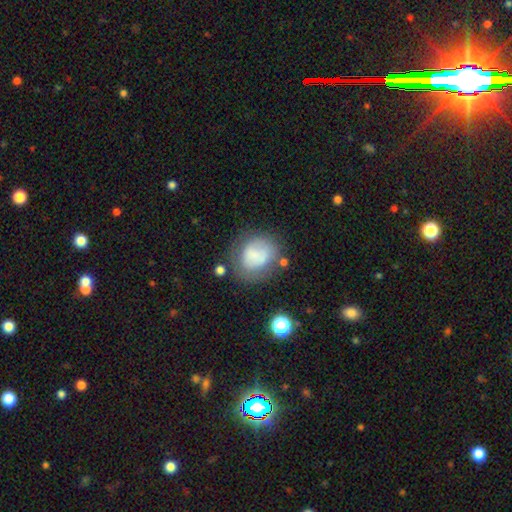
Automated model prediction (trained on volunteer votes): Smooth or featured: smooth — 66% (featured or disk — 24%)
How rounded: round — 64% (in between — 35%)
Merging: none — 53% (minor disturbance — 24%)